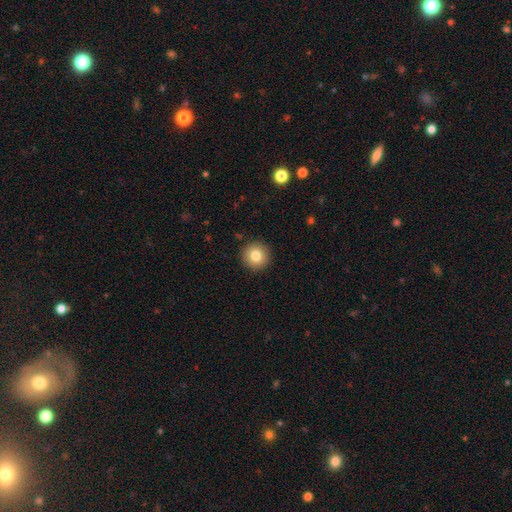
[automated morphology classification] Smooth or featured?
  - smooth: 81% *
  - featured or disk: 10%
  - star or artifact: 10%
How rounded?
  - round: 95% *
  - in between: 4%
  - cigar-shaped: 1%
Merging?
  - none: 92% *
  - minor disturbance: 5%
  - major disturbance: 2%
  - merger: 1%